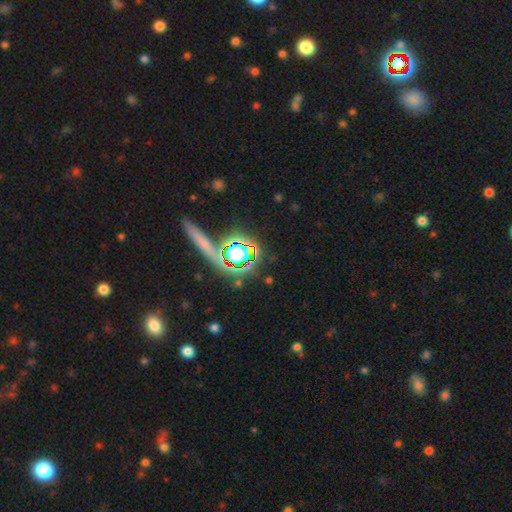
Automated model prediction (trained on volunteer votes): Smooth or featured: star or artifact — 72% (smooth — 16%)